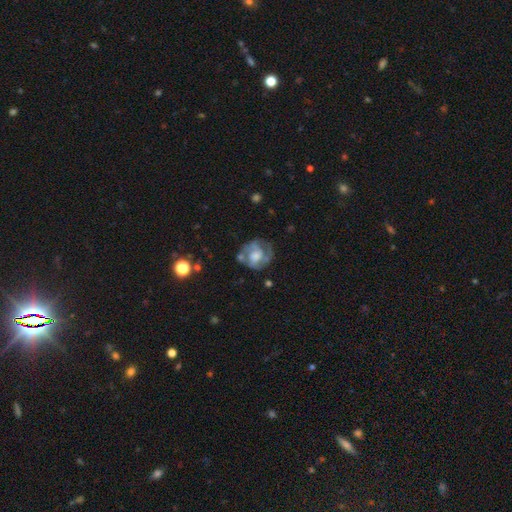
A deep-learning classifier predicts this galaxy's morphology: A featured or disk galaxy (62%) with no bar (72%), spiral arms (56%) and a moderate central bulge (41%).

Vote fractions:
- Smooth or featured? featured or disk: 62% / smooth: 30% / star or artifact: 8%
- Edge-on disk? no: 97% / yes: 3%
- Bar? no: 72% / weak: 23% / strong: 5%
- Spiral arms? yes: 56% / no: 44%
- Bulge size? moderate: 41% / large: 27% / small: 16% / none: 14% / dominant: 2%
- Merging? none: 53% / minor disturbance: 23% / major disturbance: 18% / merger: 5%